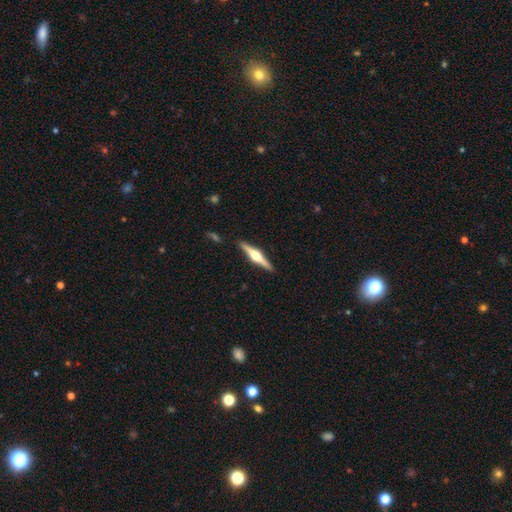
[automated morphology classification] Smooth or featured: featured or disk — 75% (smooth — 20%)
Edge-on disk: yes — 98% (no — 2%)
Edge-on bulge: rounded — 94% (boxy — 4%)
Merging: none — 91% (minor disturbance — 7%)